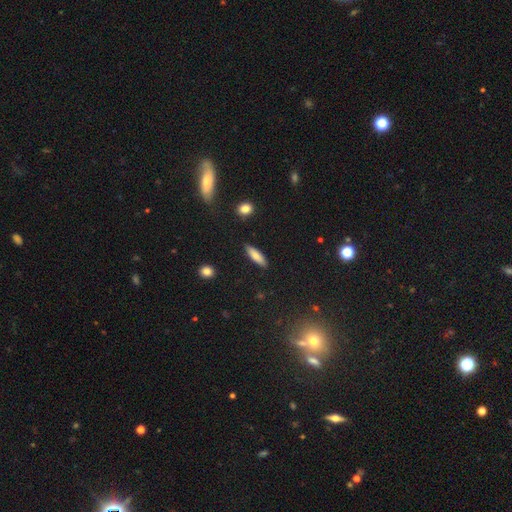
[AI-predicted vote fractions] A smooth galaxy with no disk features (75%) that is cigar-shaped (59%). Merging: none (88%).